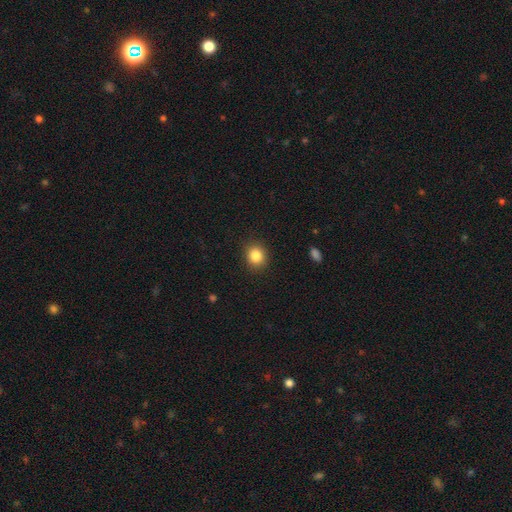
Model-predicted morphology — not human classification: Overall: smooth (84%). How rounded: round (75%). Merging: none (89%).